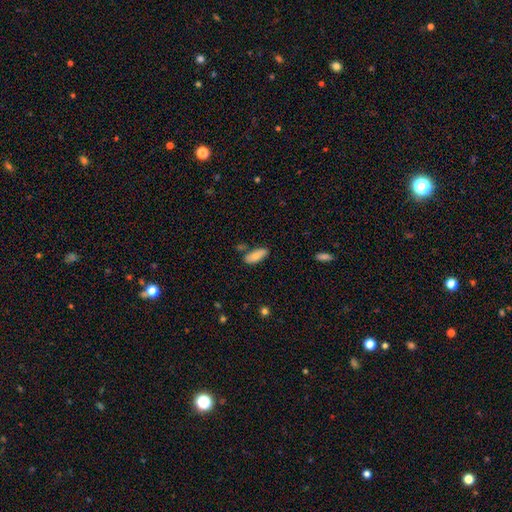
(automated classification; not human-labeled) smooth 80%, featured or disk 13%, star or artifact 6%. Down the decision tree: how rounded — in between (79%); merging — none (75%).